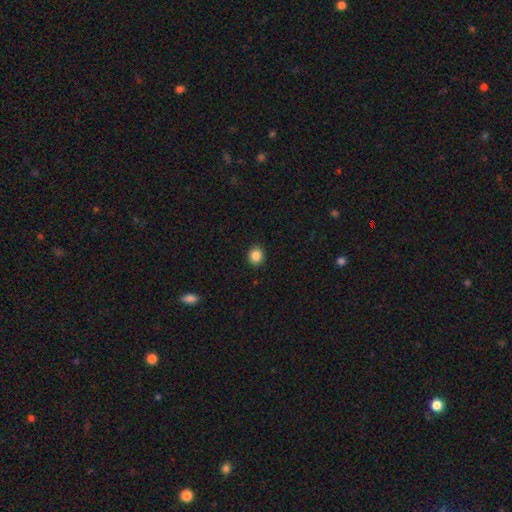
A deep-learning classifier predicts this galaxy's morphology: Overall: smooth (86%). How rounded: round (79%). Merging: none (92%).